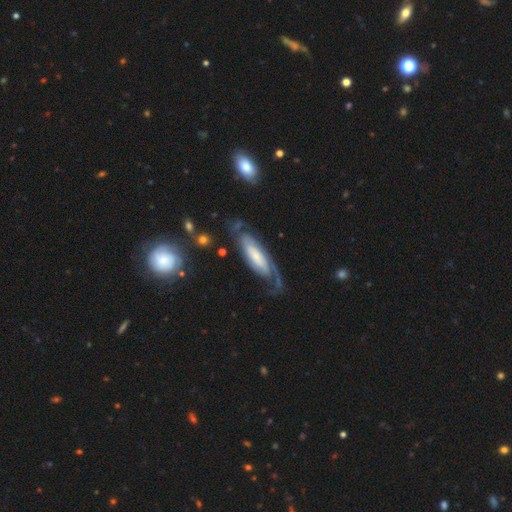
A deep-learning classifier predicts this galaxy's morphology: featured or disk 74%, smooth 20%, star or artifact 6%. Down the decision tree: edge-on disk — no (86%); bar — no (48%); spiral arms — yes (93%); spiral arm count — 2 (56%); spiral winding — tight (46%); bulge size — small (37%); merging — none (57%).